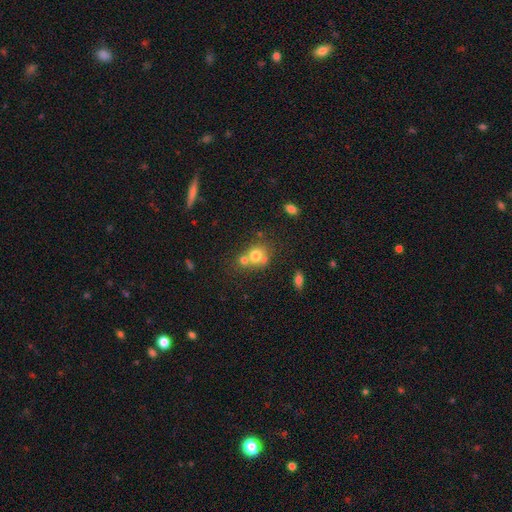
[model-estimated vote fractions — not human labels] smooth 71%, featured or disk 16%, star or artifact 13%. Down the decision tree: how rounded — round (76%); merging — merger (48%).